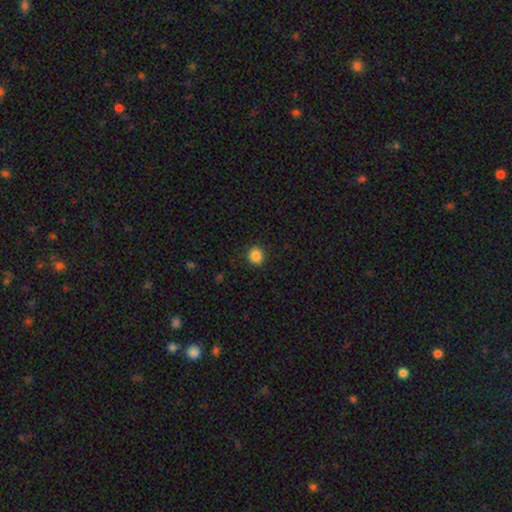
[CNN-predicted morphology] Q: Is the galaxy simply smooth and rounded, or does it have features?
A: smooth — 86%.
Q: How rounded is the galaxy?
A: round — 86%.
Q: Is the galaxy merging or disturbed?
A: none — 90%.